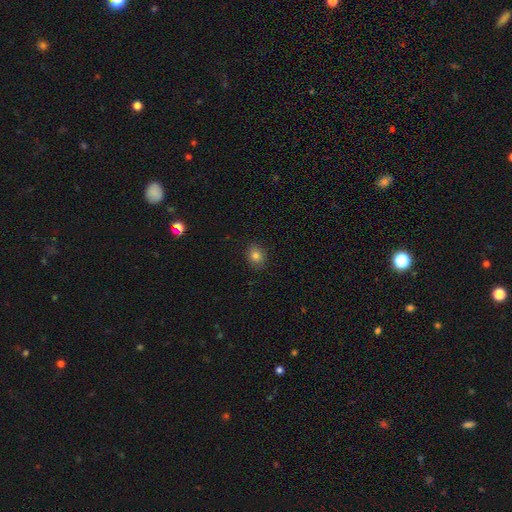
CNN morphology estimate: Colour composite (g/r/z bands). It shows a smooth galaxy with no disk features (80%) that is round (56%). Merging: none (88%).